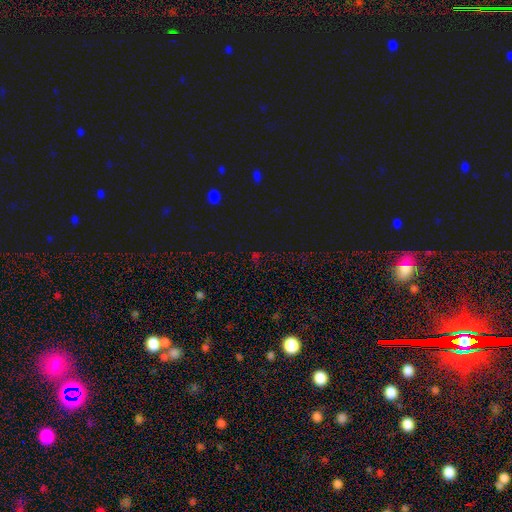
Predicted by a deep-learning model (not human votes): A star or artifact, not a galaxy (66%).

Vote fractions:
- Smooth or featured? star or artifact: 66% / smooth: 26% / featured or disk: 8%